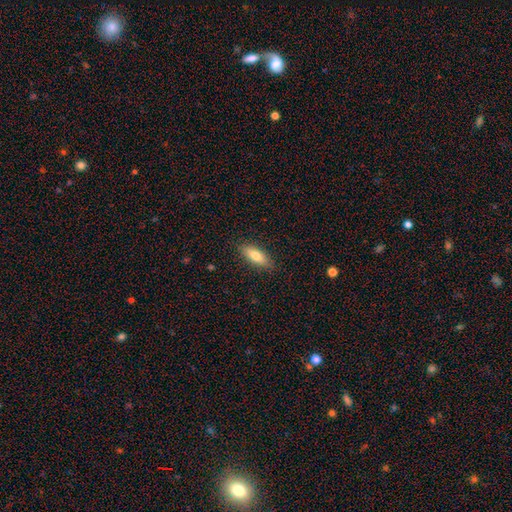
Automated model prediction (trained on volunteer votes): Smooth or featured?
  - smooth: 74% *
  - featured or disk: 19%
  - star or artifact: 7%
How rounded?
  - in between: 66% *
  - cigar-shaped: 31%
  - round: 2%
Merging?
  - none: 87% *
  - minor disturbance: 10%
  - major disturbance: 2%
  - merger: 1%